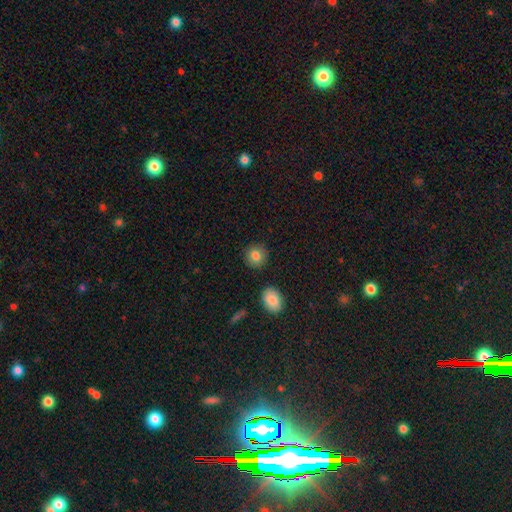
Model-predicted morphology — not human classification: This appears to be a smooth galaxy with no disk features (83%) that is round (86%). Merging: none (88%).